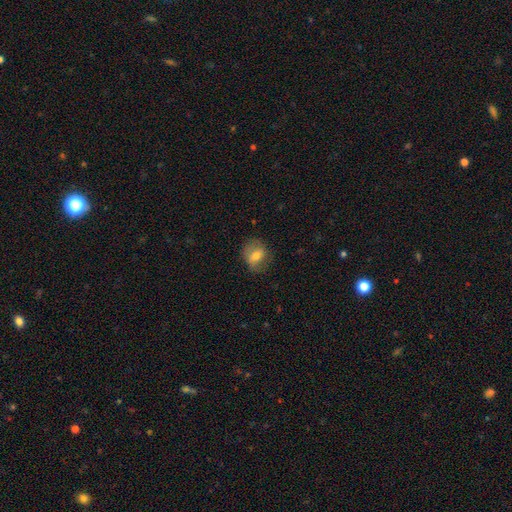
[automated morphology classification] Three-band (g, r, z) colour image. It shows a smooth galaxy with no disk features (63%) that is round (54%). Merging: none (69%).